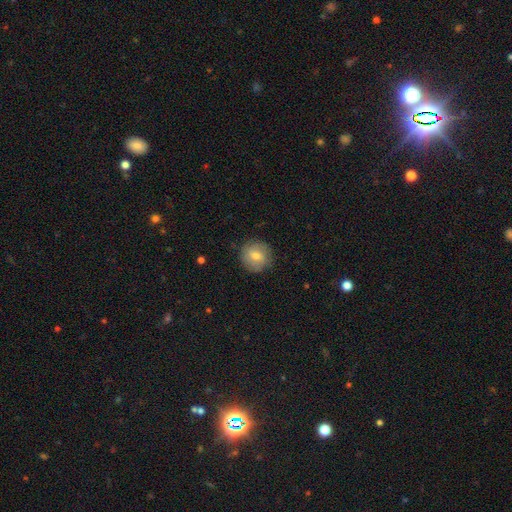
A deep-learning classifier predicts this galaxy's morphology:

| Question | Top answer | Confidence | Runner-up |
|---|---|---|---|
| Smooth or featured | smooth | 65% | featured or disk (25%) |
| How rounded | round | 92% | in between (7%) |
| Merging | none | 85% | minor disturbance (11%) |